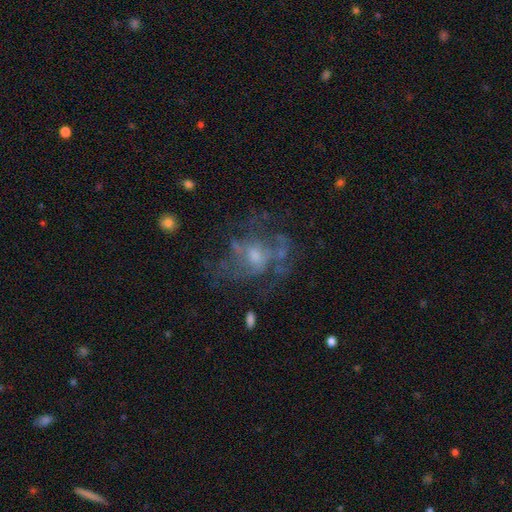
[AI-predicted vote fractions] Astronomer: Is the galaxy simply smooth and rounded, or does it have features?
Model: featured or disk — 68%.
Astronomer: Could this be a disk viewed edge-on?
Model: no — 97%.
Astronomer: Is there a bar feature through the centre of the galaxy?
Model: no — 75%.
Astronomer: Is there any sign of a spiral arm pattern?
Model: no — 52% (runner-up: yes, 48%).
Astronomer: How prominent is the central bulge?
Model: moderate — 47% (runner-up: small, 40%).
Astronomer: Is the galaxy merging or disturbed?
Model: none — 49% (runner-up: major disturbance, 28%).